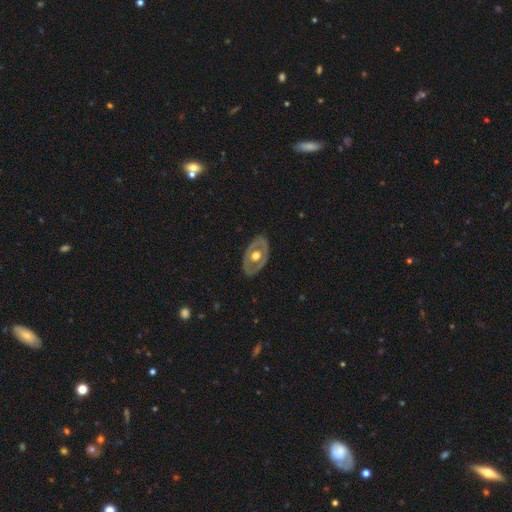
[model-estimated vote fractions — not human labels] This is possibly a featured or disk galaxy (59%). It is clearly not viewed edge-on (88%). Bar: clearly no (89%). Spiral arm pattern: clearly no (90%). Central bulge: likely moderate (64%). Merging: clearly none (81%).